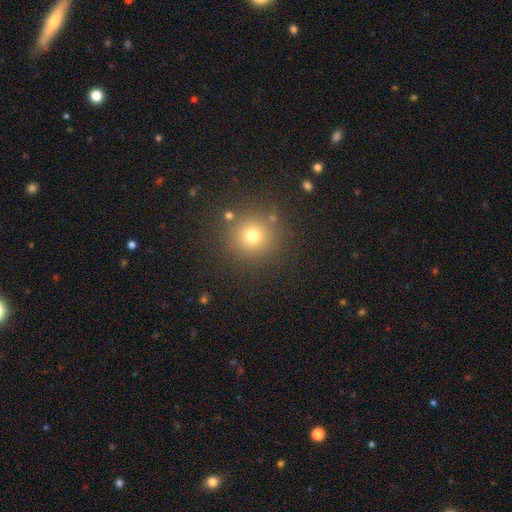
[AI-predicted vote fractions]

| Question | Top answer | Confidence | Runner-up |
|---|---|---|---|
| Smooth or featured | smooth | 66% | star or artifact (26%) |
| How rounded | round | 95% | in between (4%) |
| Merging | none | 88% | minor disturbance (6%) |